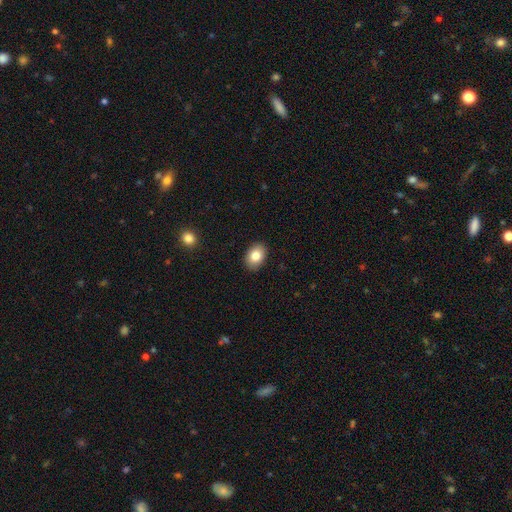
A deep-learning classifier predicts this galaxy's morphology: This appears to be a smooth galaxy with no disk features (83%) that is in between round and cigar-shaped (77%). Merging: none (89%).